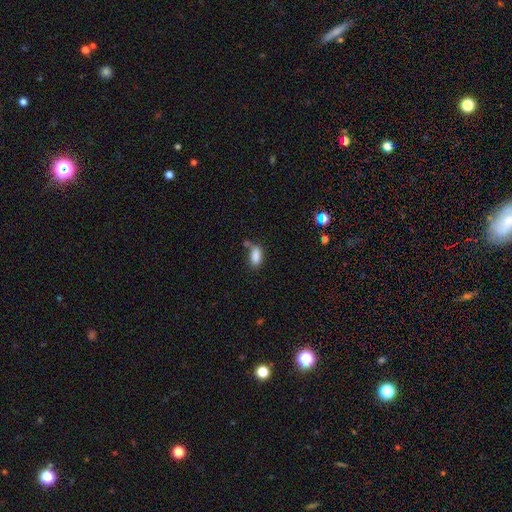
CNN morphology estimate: Q: Smooth or featured?
A: smooth (86%); runner-up: star or artifact (9%)
Q: How rounded?
A: in between (86%); runner-up: cigar-shaped (10%)
Q: Merging?
A: none (57%); runner-up: minor disturbance (20%)